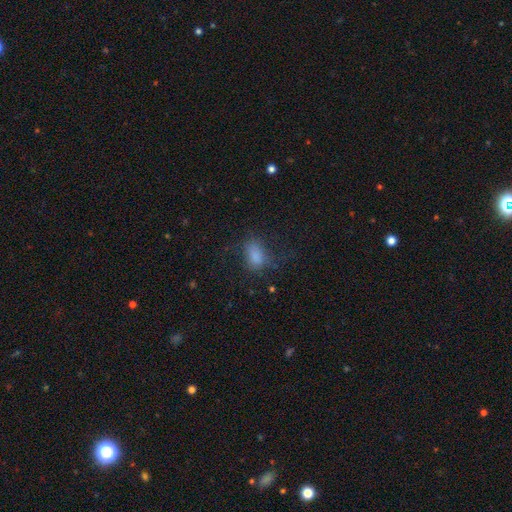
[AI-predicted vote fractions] A smooth galaxy with no disk features (76%) that is in between round and cigar-shaped (84%).

Vote fractions:
- Smooth or featured? smooth: 76% / star or artifact: 13% / featured or disk: 11%
- How rounded? in between: 84% / round: 14% / cigar-shaped: 2%
- Merging? none: 51% / major disturbance: 24% / minor disturbance: 23% / merger: 2%